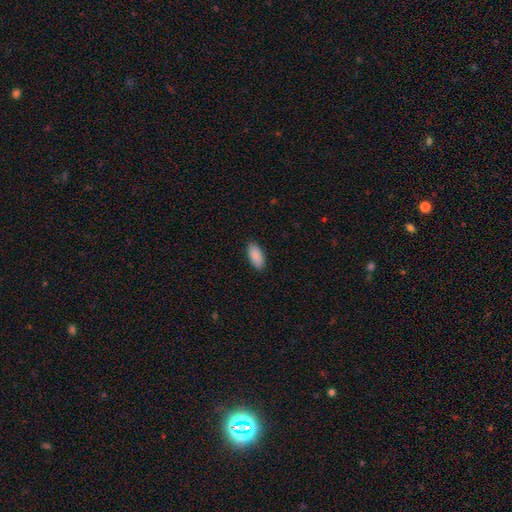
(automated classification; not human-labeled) Smooth or featured: smooth — 90% (star or artifact — 6%)
How rounded: in between — 92% (cigar-shaped — 6%)
Merging: none — 89% (minor disturbance — 8%)